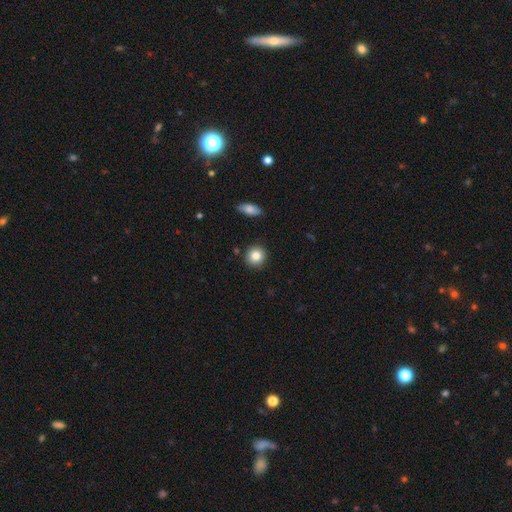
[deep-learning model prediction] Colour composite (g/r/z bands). It shows a smooth galaxy with no disk features (84%) that is round (88%). Merging: none (89%).